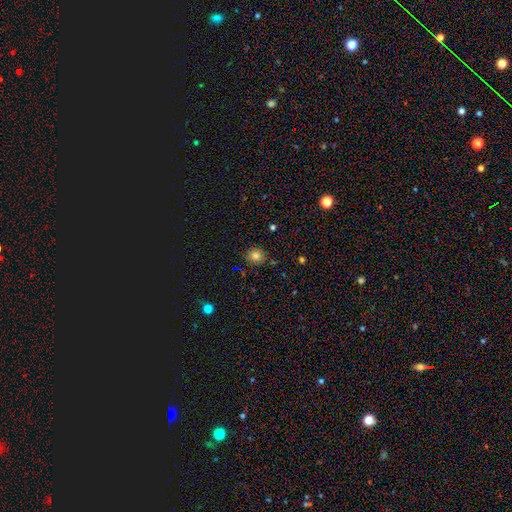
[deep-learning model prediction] This is clearly a smooth galaxy (80%). How rounded: clearly round (85%). Merging: clearly none (83%).